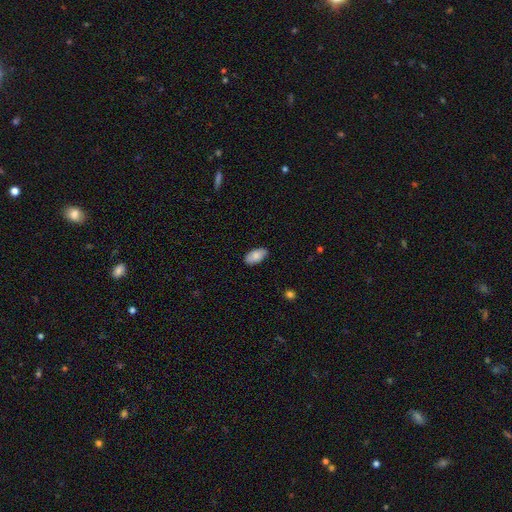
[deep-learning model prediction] Q: Smooth or featured?
A: smooth (84%); runner-up: featured or disk (10%)
Q: How rounded?
A: in between (95%); runner-up: cigar-shaped (3%)
Q: Merging?
A: none (87%); runner-up: minor disturbance (10%)